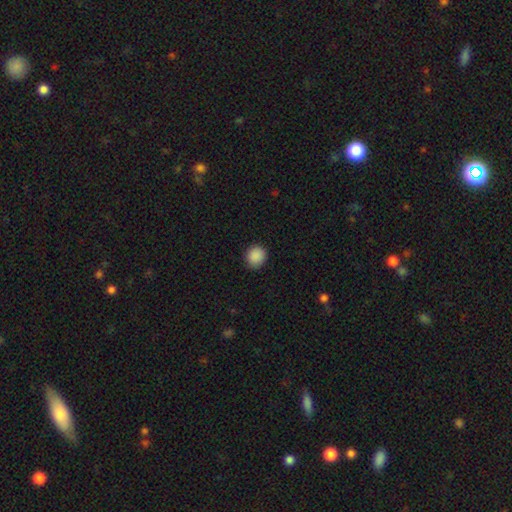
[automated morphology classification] Smooth or featured? Predicted: smooth (p=0.89). How rounded? Predicted: round (p=0.86). Merging? Predicted: none (p=0.88).